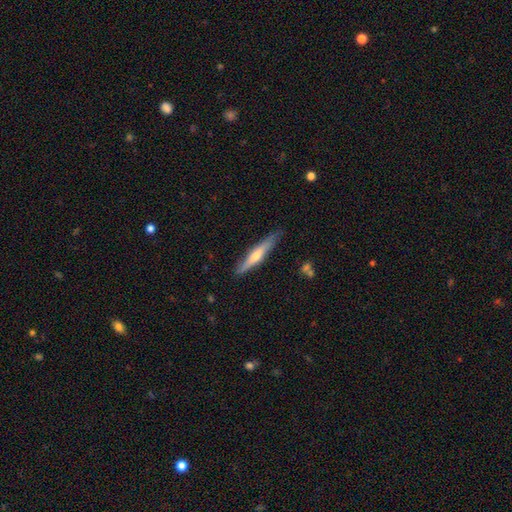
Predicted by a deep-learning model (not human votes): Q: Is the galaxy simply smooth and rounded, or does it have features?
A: featured or disk — 52%.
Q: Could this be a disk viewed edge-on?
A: yes — 94%.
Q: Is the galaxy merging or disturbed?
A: none — 82%.